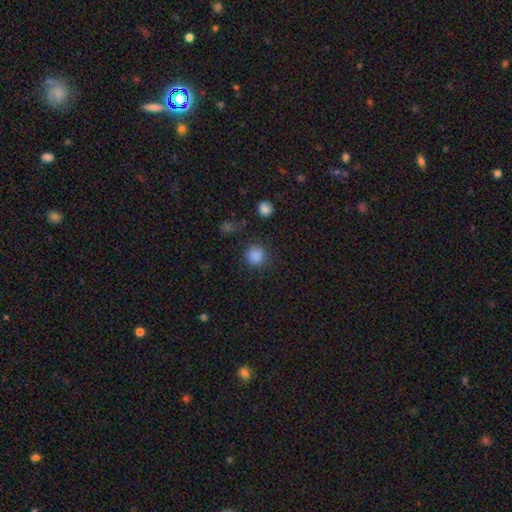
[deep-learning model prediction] Smooth or featured: smooth — 84% (star or artifact — 12%)
How rounded: round — 92% (in between — 7%)
Merging: none — 84% (minor disturbance — 9%)